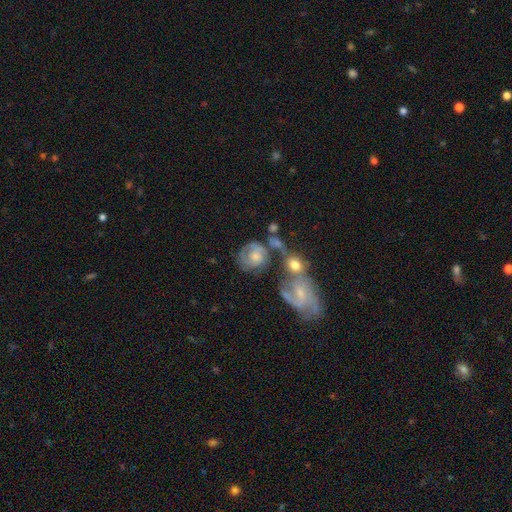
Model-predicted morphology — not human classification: The model was most divided on "bulge size": moderate: 46%, small: 38%, none: 9%, large: 6%, dominant: 2%. Remaining: edge-on disk — no (97%); spiral arms — yes (77%); bar — no (71%); smooth or featured — featured or disk (59%); merging — none (38%).